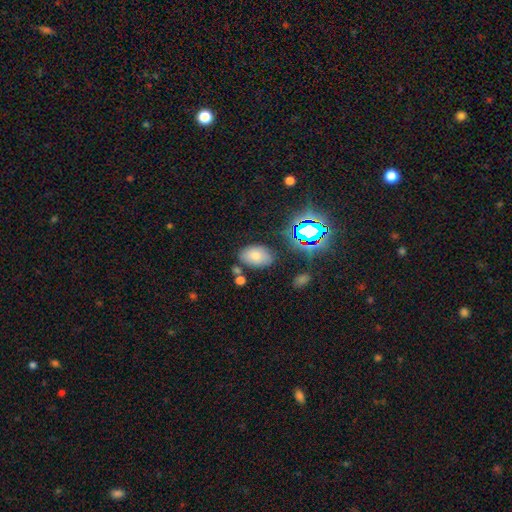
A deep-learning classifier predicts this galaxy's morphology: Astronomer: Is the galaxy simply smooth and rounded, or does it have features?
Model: smooth — 72%.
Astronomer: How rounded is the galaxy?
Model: in between — 90%.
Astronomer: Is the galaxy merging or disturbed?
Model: none — 76%.